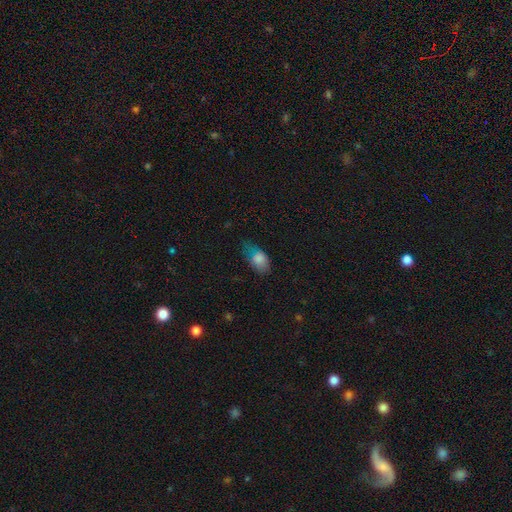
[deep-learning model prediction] Smooth or featured? Predicted: smooth (p=0.70). How rounded? Predicted: in between (p=0.84). Merging? Predicted: none (p=0.53).